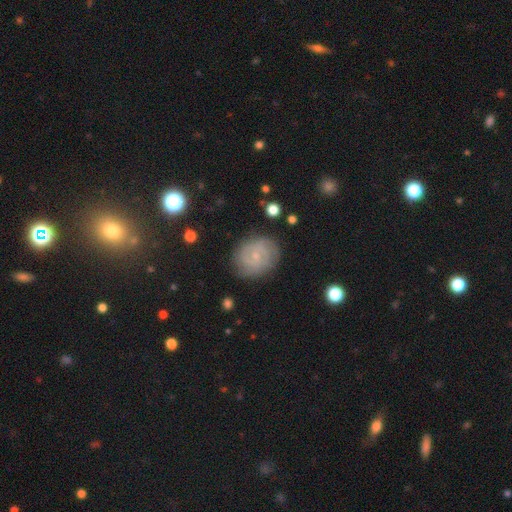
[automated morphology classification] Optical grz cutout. It shows a featured or disk galaxy (66%) with no bar (56%), 2 (49%) tight (53%) spiral arms (90%) and a small central bulge (79%). Merging: none (82%).